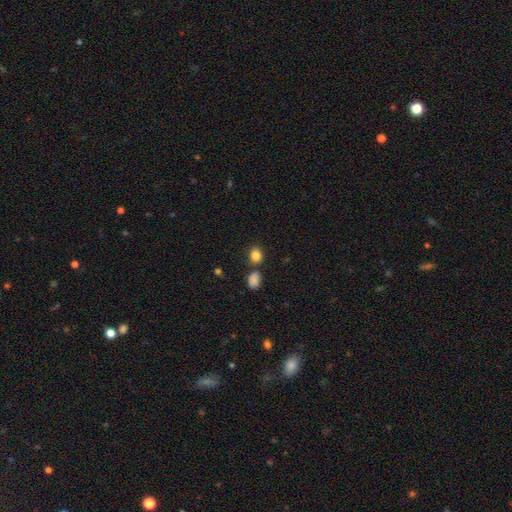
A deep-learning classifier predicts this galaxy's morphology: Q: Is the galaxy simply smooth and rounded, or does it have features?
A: smooth — 85%.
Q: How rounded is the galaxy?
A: round — 55%.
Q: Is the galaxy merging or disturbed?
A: none — 73%.